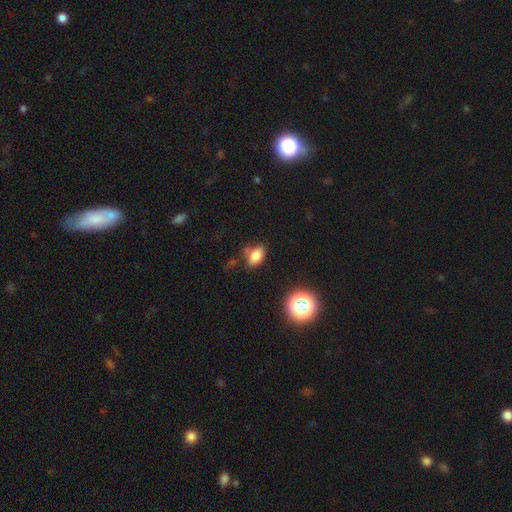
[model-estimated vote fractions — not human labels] Morphology: type=smooth (77%); roundness=in between (84%); merging=none (63%).